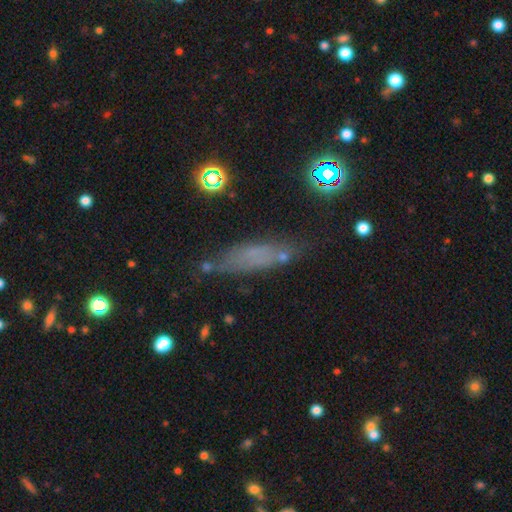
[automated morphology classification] Smooth or featured? Predicted: smooth (p=0.56). How rounded? Predicted: cigar-shaped (p=0.65). Merging? Predicted: none (p=0.64).